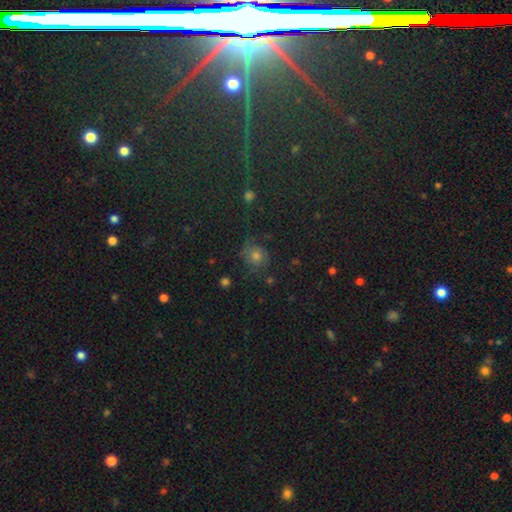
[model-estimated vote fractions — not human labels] smooth_or_featured: smooth (p=0.39) [alt: star or artifact p=0.34]
merging: none (p=0.73) [alt: minor disturbance p=0.16]